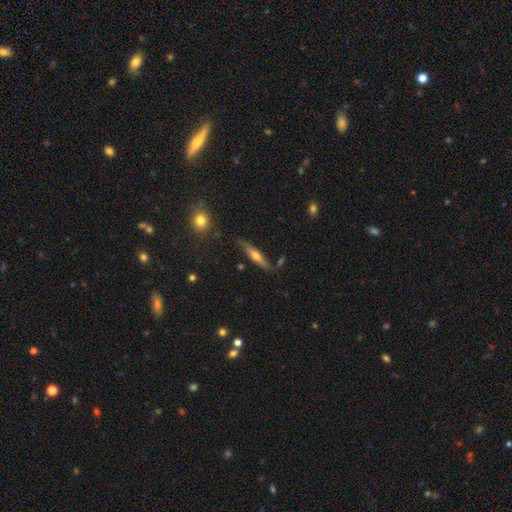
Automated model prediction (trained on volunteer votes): A featured or disk galaxy (53%) viewed edge-on (90%). Merging: none (76%).